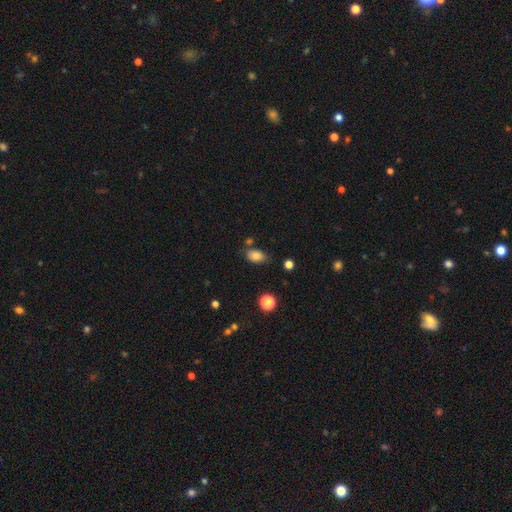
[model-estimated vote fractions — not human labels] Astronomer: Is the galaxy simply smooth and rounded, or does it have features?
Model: smooth — 82%.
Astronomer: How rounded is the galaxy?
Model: in between — 87%.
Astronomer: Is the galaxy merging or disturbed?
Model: none — 73%.